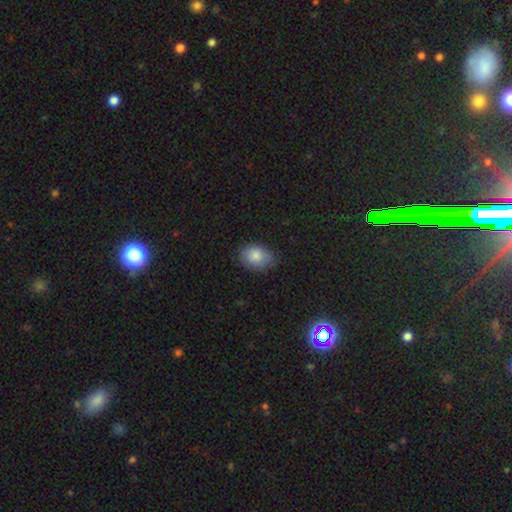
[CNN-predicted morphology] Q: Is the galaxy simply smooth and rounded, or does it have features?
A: smooth — 84%.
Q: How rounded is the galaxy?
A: in between — 73%.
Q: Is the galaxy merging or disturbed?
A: none — 77%.